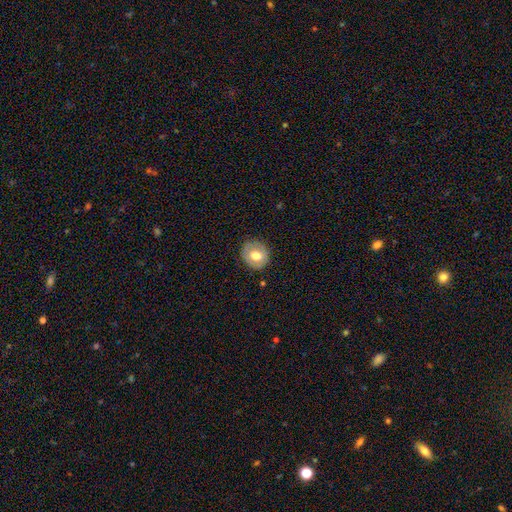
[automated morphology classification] Overall: smooth (66%; featured or disk 26%). How rounded: round (82%). Merging: none (82%).